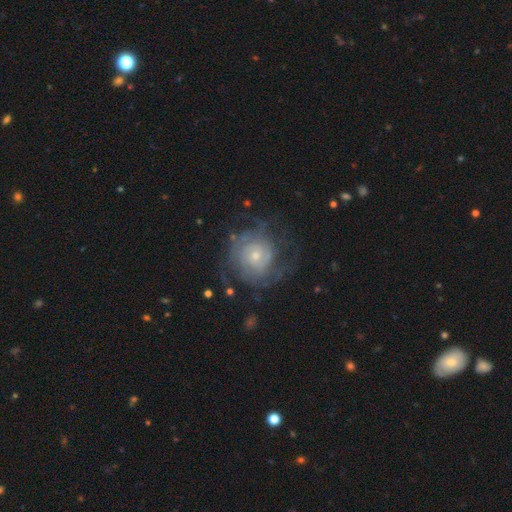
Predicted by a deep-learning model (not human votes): This is likely a featured or disk galaxy (76%). It is clearly not viewed edge-on (97%). Bar: likely no (75%). Spiral arm pattern: clearly yes (88%). Spiral arm count: possibly can't tell (46%). Spiral winding: likely tight (67%). Central bulge: possibly small (60%). Merging: likely none (64%).